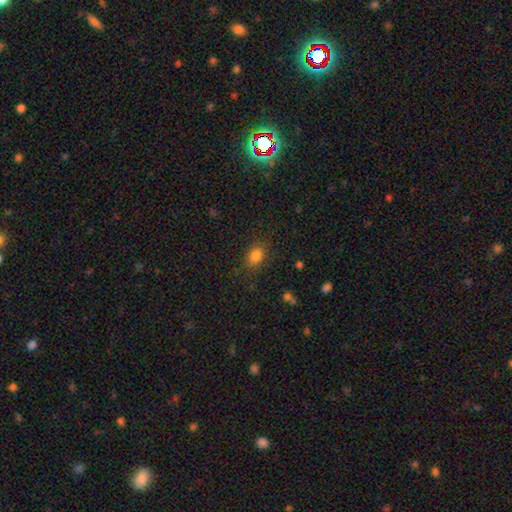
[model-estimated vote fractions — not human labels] Q: Smooth or featured?
A: smooth (82%); runner-up: star or artifact (12%)
Q: How rounded?
A: in between (63%); runner-up: round (36%)
Q: Merging?
A: none (81%); runner-up: minor disturbance (13%)